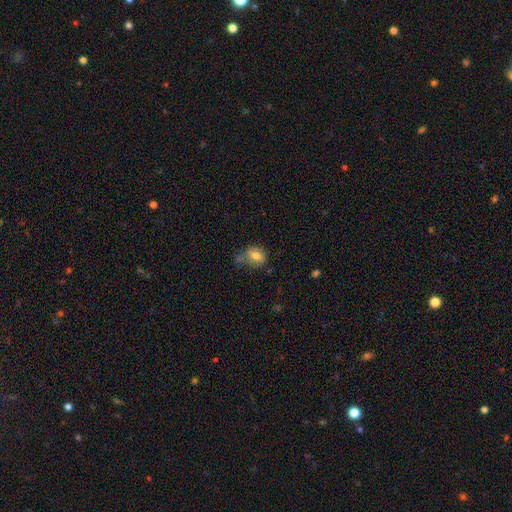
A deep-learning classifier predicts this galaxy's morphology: smooth 74%, featured or disk 17%, star or artifact 10%. Down the decision tree: how rounded — in between (61%); merging — none (52%).